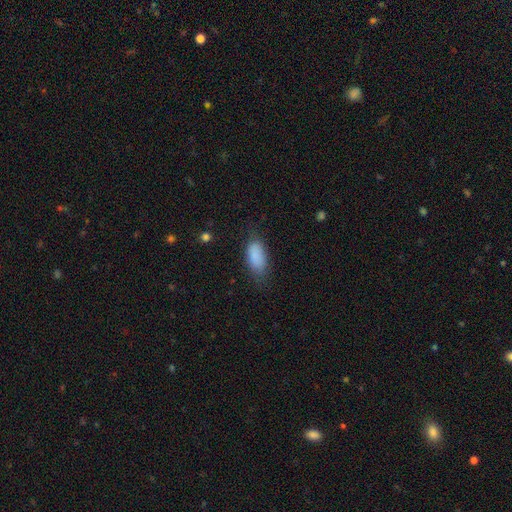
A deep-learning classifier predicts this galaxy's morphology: type=smooth (87%); roundness=in between (91%); merging=none (70%).